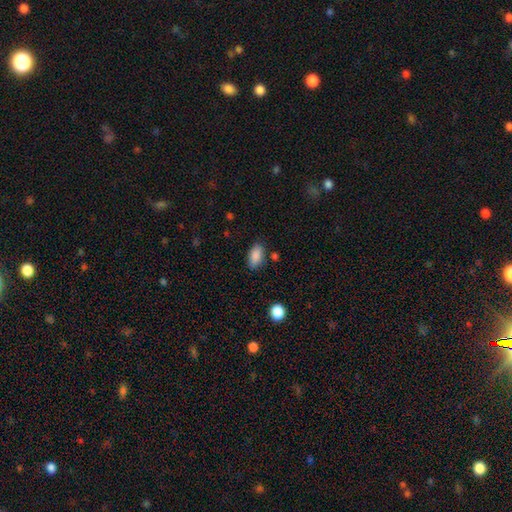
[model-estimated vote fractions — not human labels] This is clearly a smooth galaxy (88%). How rounded: clearly in between (91%). Merging: clearly none (81%).